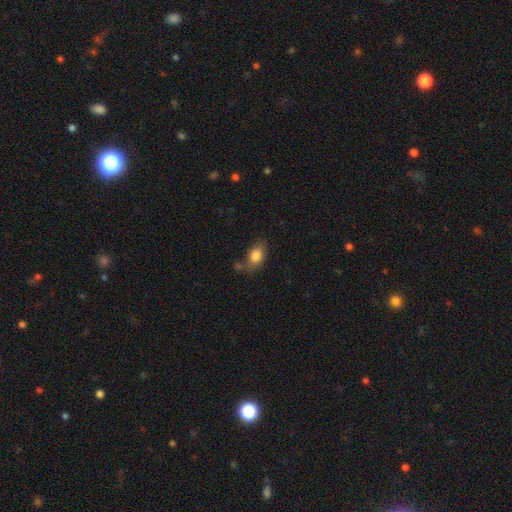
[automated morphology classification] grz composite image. It shows a smooth galaxy with no disk features (82%) that is in between round and cigar-shaped (84%). Merging: none (63%).